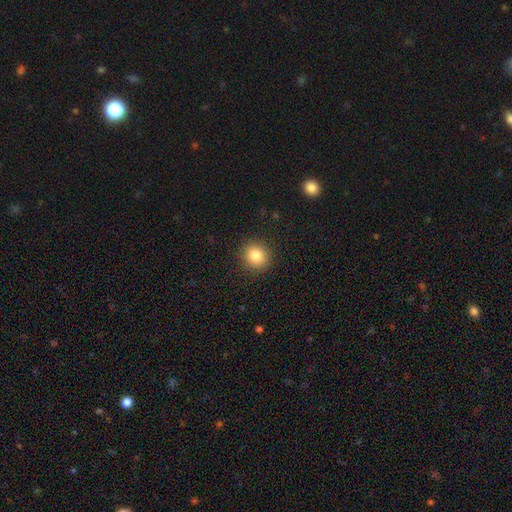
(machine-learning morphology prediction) Smooth or featured?
  - smooth: 84% *
  - star or artifact: 11%
  - featured or disk: 6%
How rounded?
  - round: 88% *
  - in between: 11%
  - cigar-shaped: 1%
Merging?
  - none: 91% *
  - minor disturbance: 6%
  - major disturbance: 2%
  - merger: 1%